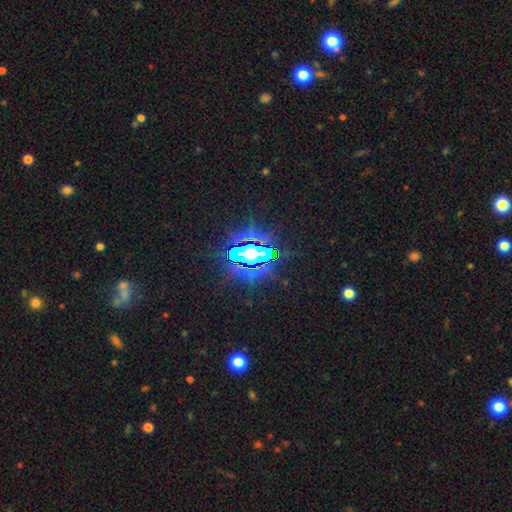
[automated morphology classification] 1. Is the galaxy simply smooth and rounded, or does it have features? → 70% star or artifact, 15% smooth, 15% featured or disk.